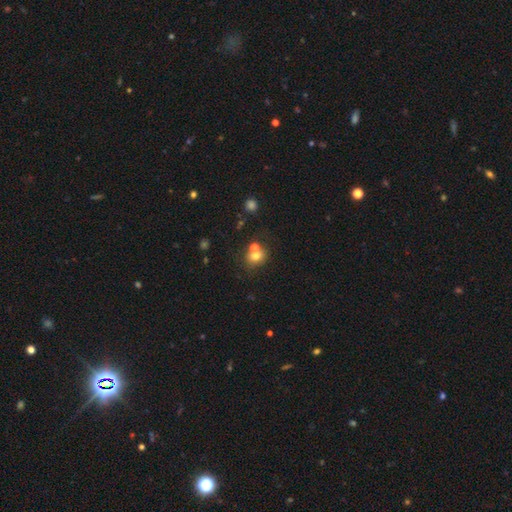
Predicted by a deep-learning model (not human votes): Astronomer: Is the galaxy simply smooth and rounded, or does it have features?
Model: smooth — 70%.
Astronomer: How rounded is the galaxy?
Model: round — 60% (runner-up: in between, 39%).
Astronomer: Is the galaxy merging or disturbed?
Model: none — 45% (runner-up: merger, 40%).